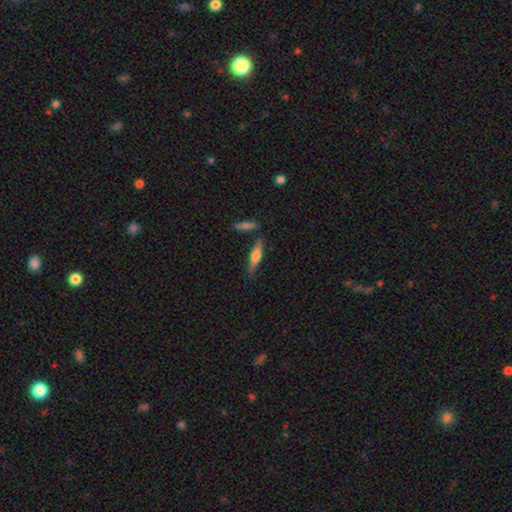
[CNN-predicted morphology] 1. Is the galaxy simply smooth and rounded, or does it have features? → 54% smooth, 40% featured or disk, 6% star or artifact.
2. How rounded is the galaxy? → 76% cigar-shaped, 22% in between, 2% round.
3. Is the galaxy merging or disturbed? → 75% none, 14% minor disturbance, 7% merger, 3% major disturbance.